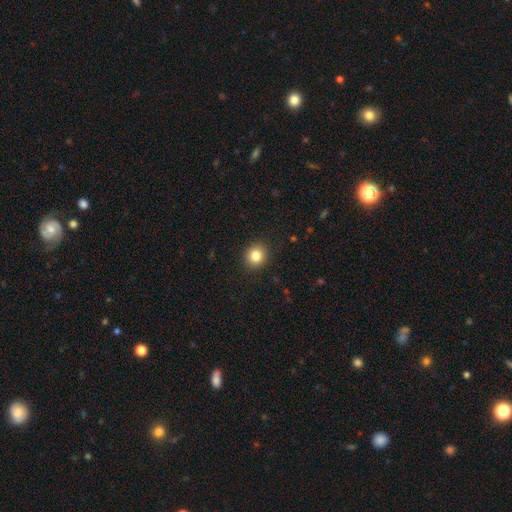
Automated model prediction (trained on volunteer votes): The model was most divided on "smooth or featured": smooth: 83%, star or artifact: 11%, featured or disk: 6%. More confident: merging — none (91%); how rounded — round (86%).